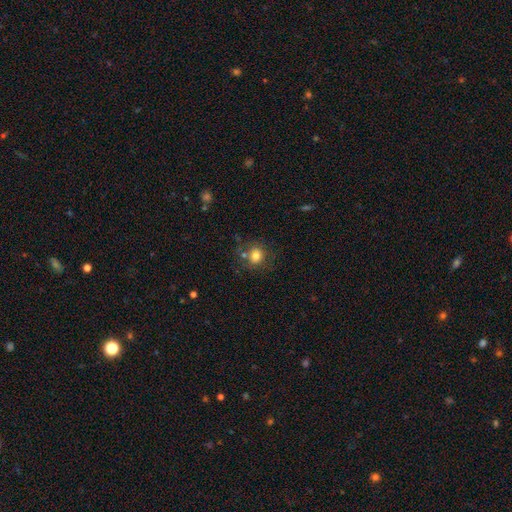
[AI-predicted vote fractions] The model was most divided on "merging": none: 67%, minor disturbance: 16%, merger: 9%, major disturbance: 8%. More confident: how rounded — round (78%); smooth or featured — smooth (76%).